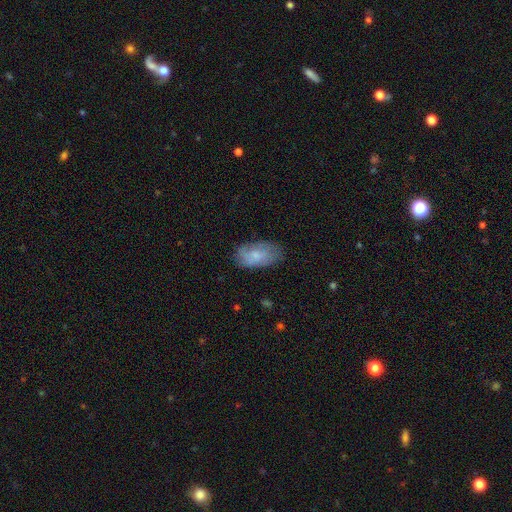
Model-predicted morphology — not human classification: Overall: smooth (63%; featured or disk 30%). How rounded: in between (93%). Merging: none (68%).